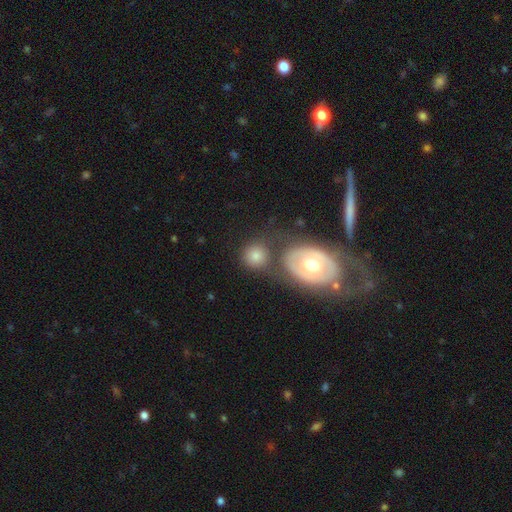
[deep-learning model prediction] smooth-or-featured: smooth: 74% | featured or disk: 18% | star or artifact: 8%
  how-rounded: round: 81% | in between: 17% | cigar-shaped: 1%
  merging: none: 56% | merger: 26% | minor disturbance: 12% | major disturbance: 6%